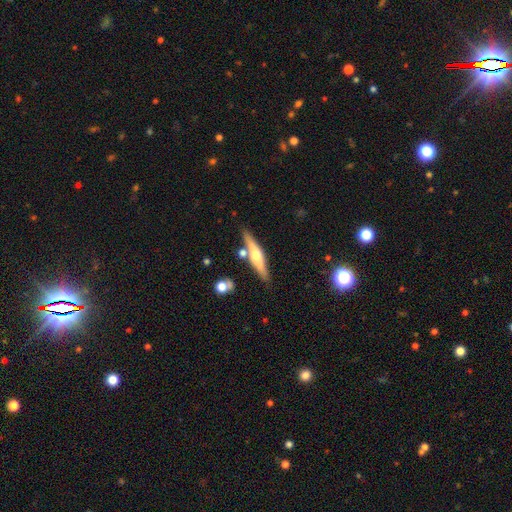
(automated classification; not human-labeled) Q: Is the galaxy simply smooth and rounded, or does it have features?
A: featured or disk — 60%.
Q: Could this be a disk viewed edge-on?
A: yes — 94%.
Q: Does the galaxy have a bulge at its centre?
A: rounded — 90%.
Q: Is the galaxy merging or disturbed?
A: none — 77%.